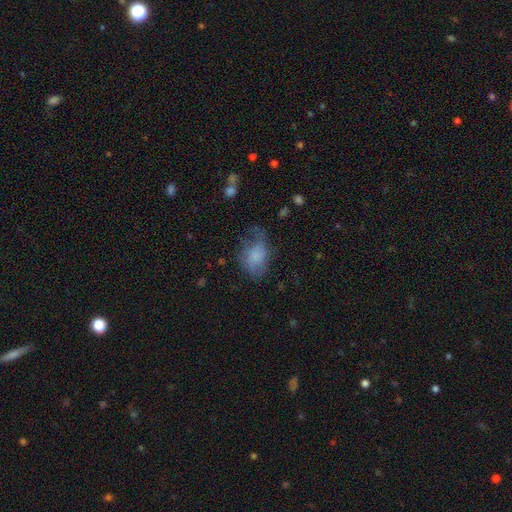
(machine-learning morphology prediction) smooth-or-featured: smooth: 64% | featured or disk: 25% | star or artifact: 11%
  how-rounded: in between: 80% | round: 18% | cigar-shaped: 2%
  merging: none: 36% | major disturbance: 31% | minor disturbance: 31% | merger: 3%